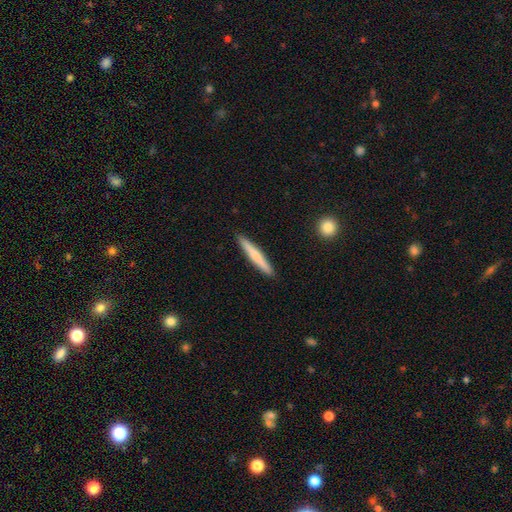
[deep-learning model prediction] smooth 64%, featured or disk 31%, star or artifact 5%. Down the decision tree: how rounded — cigar-shaped (96%); merging — none (92%).